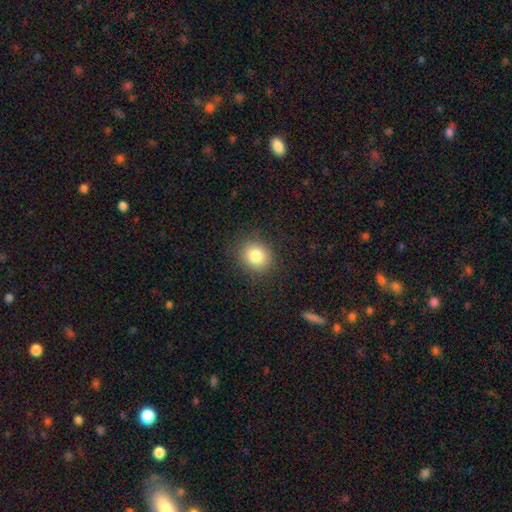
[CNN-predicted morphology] Q: Smooth or featured?
A: smooth (82%); runner-up: star or artifact (11%)
Q: How rounded?
A: round (71%); runner-up: in between (28%)
Q: Merging?
A: none (86%); runner-up: minor disturbance (10%)